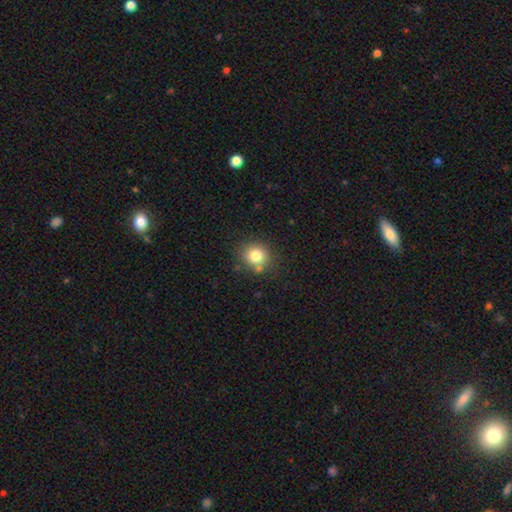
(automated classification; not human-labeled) smooth-or-featured: smooth: 79% | star or artifact: 12% | featured or disk: 9%
  how-rounded: round: 81% | in between: 18% | cigar-shaped: 1%
  merging: none: 78% | minor disturbance: 12% | merger: 7% | major disturbance: 3%